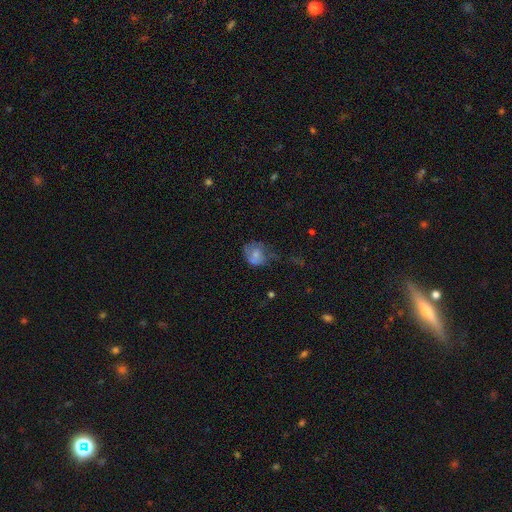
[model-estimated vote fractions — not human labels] This appears to be a smooth galaxy with no disk features (60%) that is round (56%). Merging: major disturbance (39%).